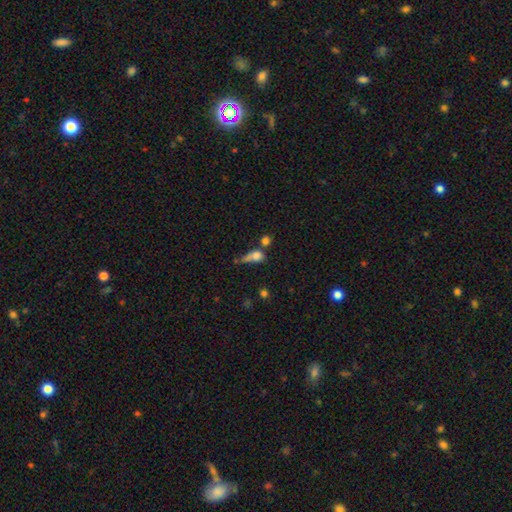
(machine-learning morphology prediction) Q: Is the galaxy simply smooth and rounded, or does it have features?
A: smooth — 69%.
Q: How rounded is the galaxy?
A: in between — 47%.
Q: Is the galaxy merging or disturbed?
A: merger — 33%.